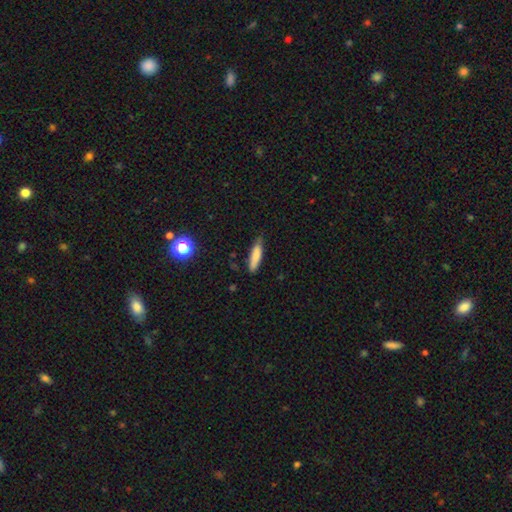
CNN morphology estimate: This appears to be a smooth galaxy with no disk features (81%) that is cigar-shaped (74%). Merging: none (72%).